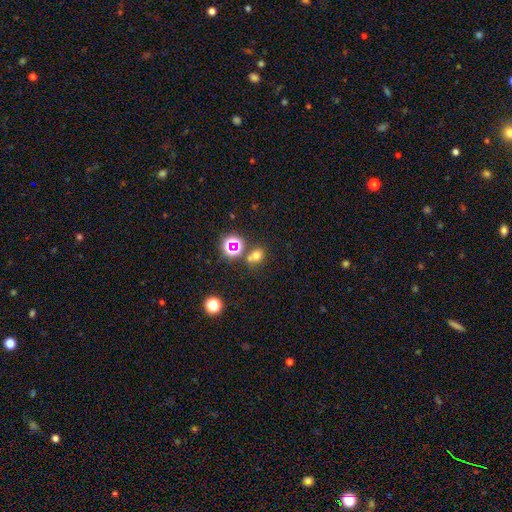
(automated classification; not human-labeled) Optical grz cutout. It shows a smooth galaxy with no disk features (64%) that is round (65%). Merging: none (63%).